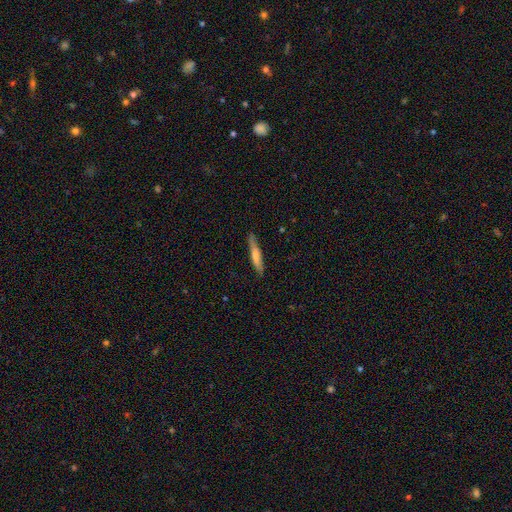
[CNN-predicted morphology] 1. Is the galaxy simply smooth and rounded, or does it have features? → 64% smooth, 30% featured or disk, 5% star or artifact.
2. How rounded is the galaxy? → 91% cigar-shaped, 8% in between, 1% round.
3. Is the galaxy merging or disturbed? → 82% none, 14% minor disturbance, 2% major disturbance, 1% merger.